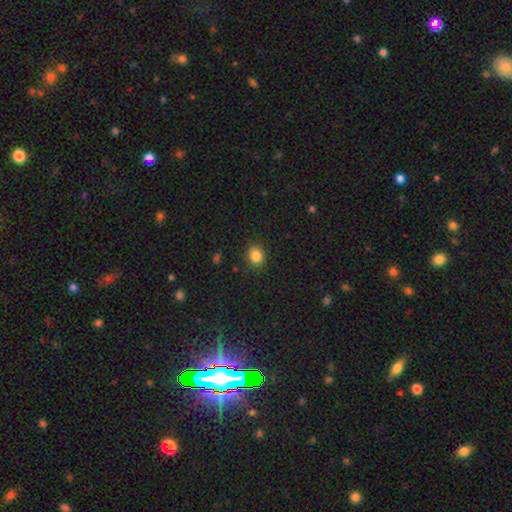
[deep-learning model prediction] Overall: smooth (85%). How rounded: round (69%; in between 30%). Merging: none (89%).